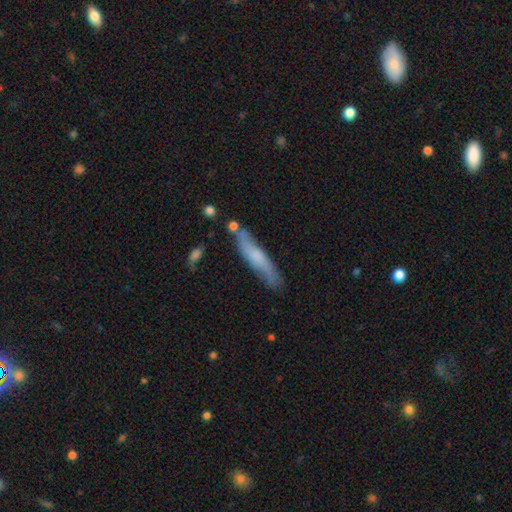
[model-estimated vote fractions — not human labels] smooth_or_featured: smooth (p=0.53) [alt: featured or disk p=0.41]
how_rounded: cigar-shaped (p=0.87) [alt: in between p=0.11]
merging: none (p=0.72) [alt: minor disturbance p=0.19]